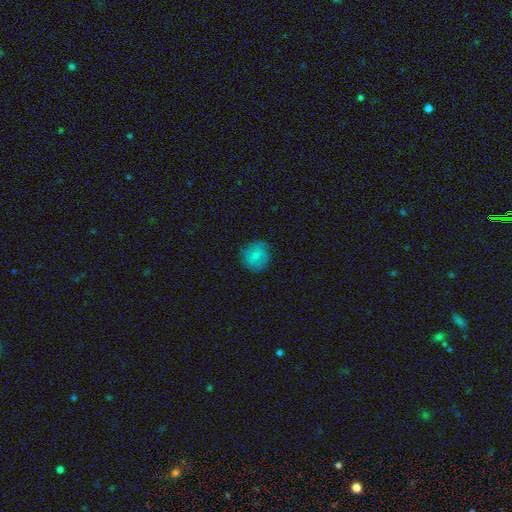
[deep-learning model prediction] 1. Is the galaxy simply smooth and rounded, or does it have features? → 74% smooth, 17% featured or disk, 9% star or artifact.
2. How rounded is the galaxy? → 88% round, 11% in between, 1% cigar-shaped.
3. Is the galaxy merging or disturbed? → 82% none, 14% minor disturbance, 3% major disturbance, 1% merger.